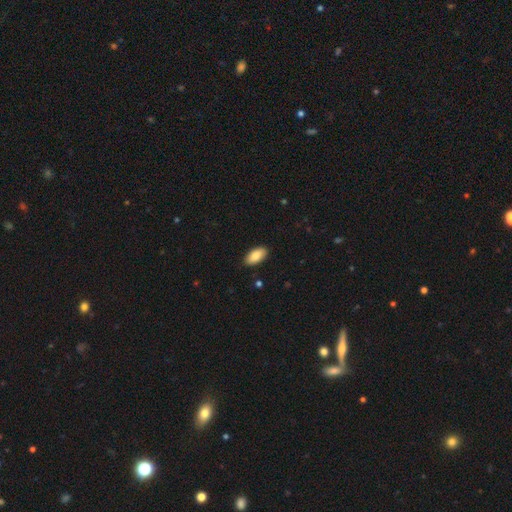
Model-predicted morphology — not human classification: This appears to be a smooth galaxy with no disk features (86%) that is in between round and cigar-shaped (94%). Merging: none (89%).